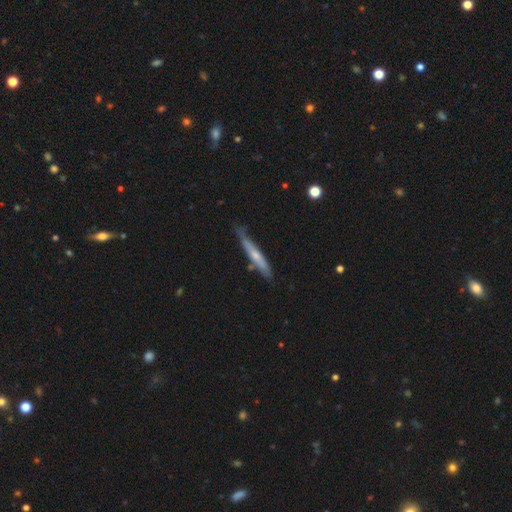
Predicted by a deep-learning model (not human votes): A featured or disk galaxy (50%). Merging: none (69%).